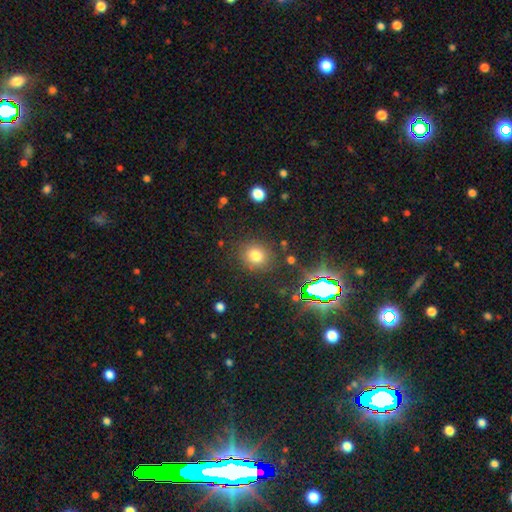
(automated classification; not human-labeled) Smooth or featured: smooth — 74% (star or artifact — 18%)
How rounded: round — 82% (in between — 17%)
Merging: none — 84% (minor disturbance — 9%)